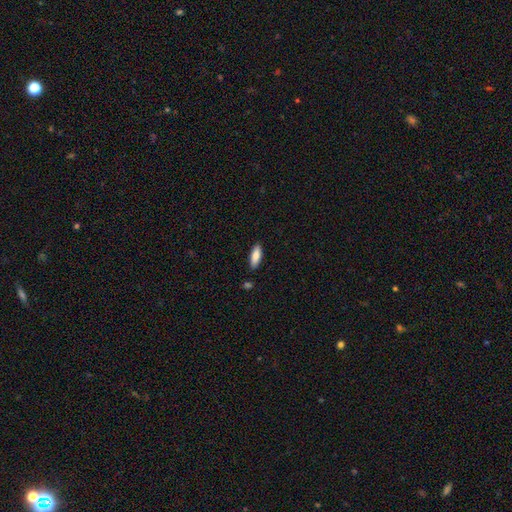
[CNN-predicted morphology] Q: Smooth or featured?
A: smooth (83%); runner-up: featured or disk (11%)
Q: How rounded?
A: in between (61%); runner-up: cigar-shaped (38%)
Q: Merging?
A: none (87%); runner-up: minor disturbance (9%)